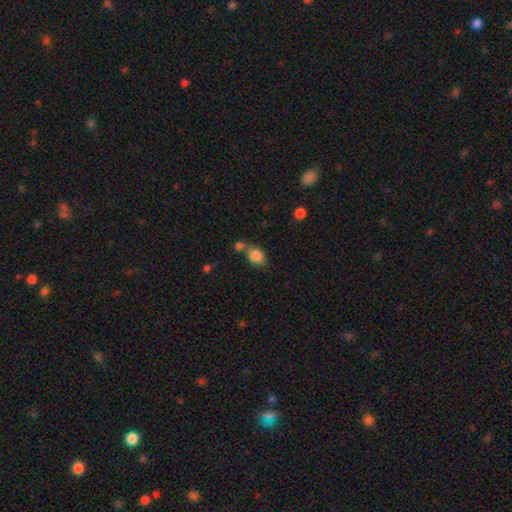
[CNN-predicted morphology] The model was most divided on "merging": none: 47%, merger: 33%, minor disturbance: 15%, major disturbance: 6%. More confident: smooth or featured — smooth (84%); how rounded — in between (68%).